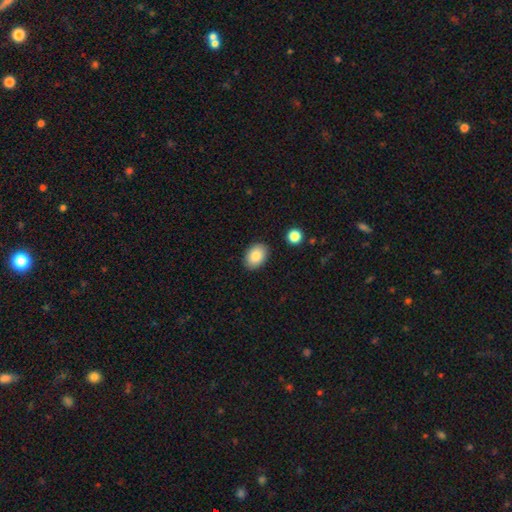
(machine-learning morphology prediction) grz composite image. It shows a smooth galaxy with no disk features (86%) that is in between round and cigar-shaped (80%). Merging: none (88%).